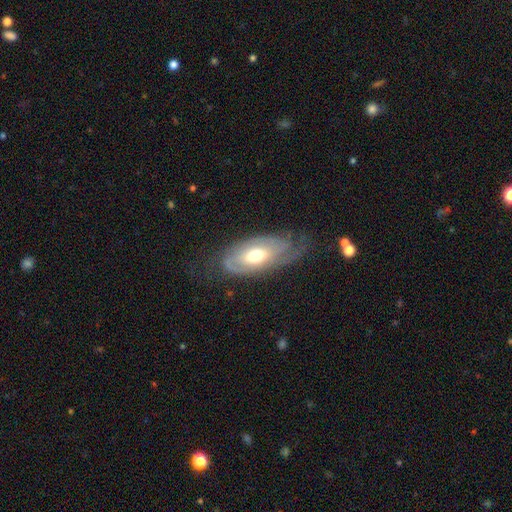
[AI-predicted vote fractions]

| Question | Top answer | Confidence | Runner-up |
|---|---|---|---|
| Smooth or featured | featured or disk | 61% | smooth (33%) |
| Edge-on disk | no | 86% | yes (14%) |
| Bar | no | 68% | weak (24%) |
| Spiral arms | yes | 70% | no (30%) |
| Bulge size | moderate | 68% | large (19%) |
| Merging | none | 55% | minor disturbance (27%) |